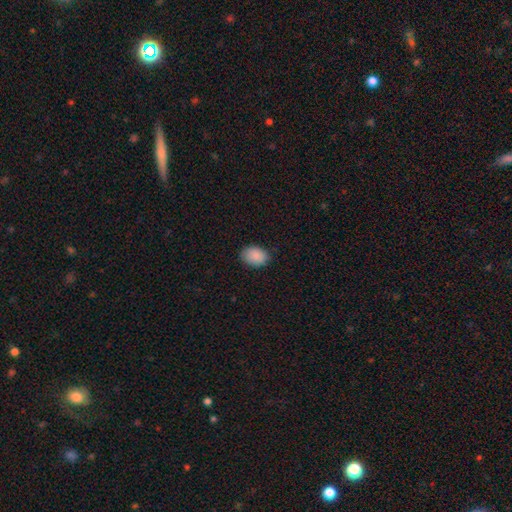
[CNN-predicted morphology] smooth-or-featured: smooth: 89% | star or artifact: 7% | featured or disk: 3%
  how-rounded: in between: 77% | round: 22% | cigar-shaped: 1%
  merging: none: 84% | minor disturbance: 13% | major disturbance: 2% | merger: 1%